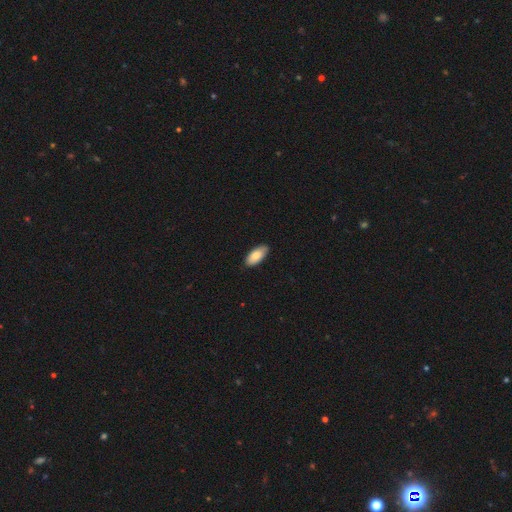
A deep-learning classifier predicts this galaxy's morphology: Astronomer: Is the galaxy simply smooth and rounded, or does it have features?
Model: smooth — 85%.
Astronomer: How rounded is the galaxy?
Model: in between — 91%.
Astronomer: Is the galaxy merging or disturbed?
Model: none — 88%.